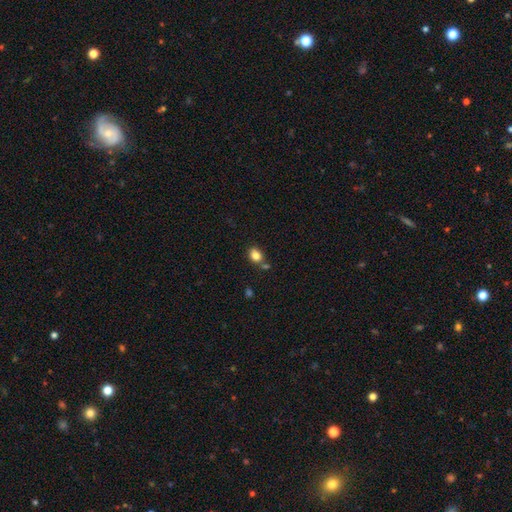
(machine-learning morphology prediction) A smooth galaxy with no disk features (82%) that is in between round and cigar-shaped (52%).

Vote fractions:
- Smooth or featured? smooth: 82% / star or artifact: 11% / featured or disk: 7%
- How rounded? in between: 52% / round: 47% / cigar-shaped: 1%
- Merging? none: 69% / minor disturbance: 14% / merger: 14% / major disturbance: 3%